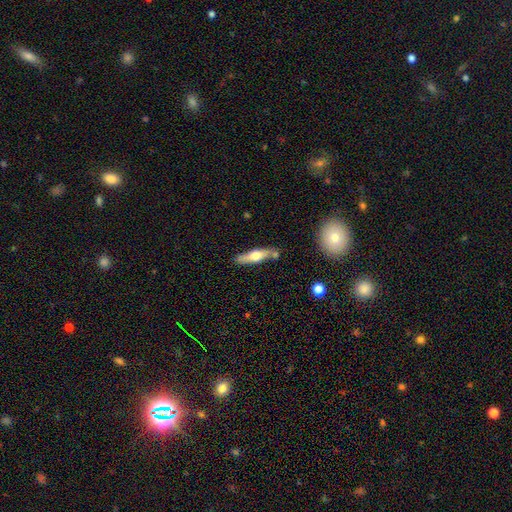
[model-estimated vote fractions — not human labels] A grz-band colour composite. It shows a smooth galaxy with no disk features (48%). Merging: none (75%).